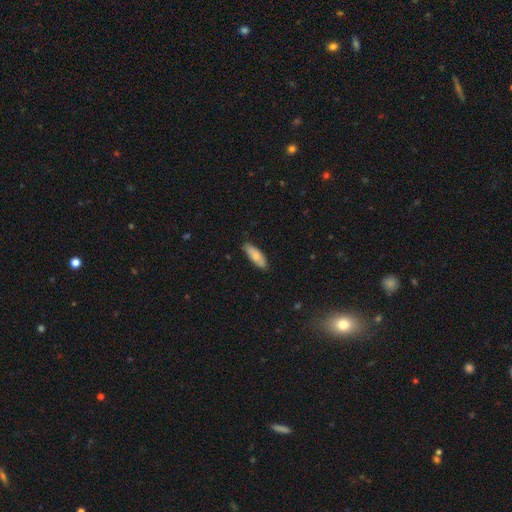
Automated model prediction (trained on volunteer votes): This appears to be a smooth galaxy with no disk features (77%) that is in between round and cigar-shaped (59%). Merging: none (81%).